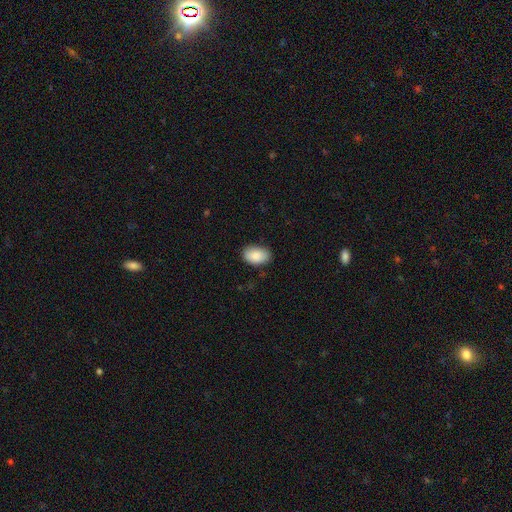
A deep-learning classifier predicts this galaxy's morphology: This is clearly a smooth galaxy (89%). How rounded: clearly in between (91%). Merging: clearly none (84%).